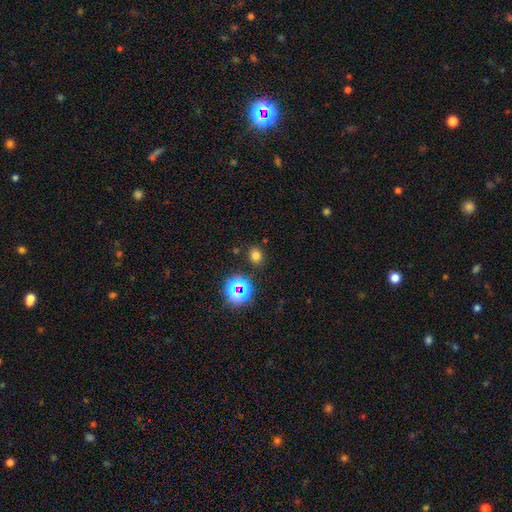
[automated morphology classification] Smooth or featured? smooth (70%)
How rounded? round (64%)
Merging? none (85%)